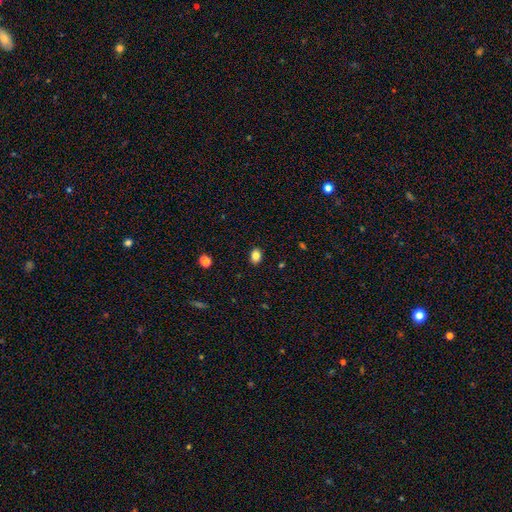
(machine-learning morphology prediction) Smooth or featured? Predicted: smooth (p=0.83). How rounded? Predicted: in between (p=0.69). Merging? Predicted: none (p=0.89).